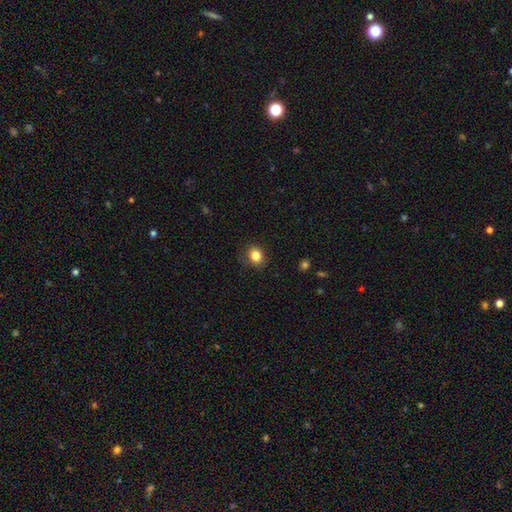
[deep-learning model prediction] Overall: smooth (84%). How rounded: round (64%; in between 35%). Merging: none (83%).